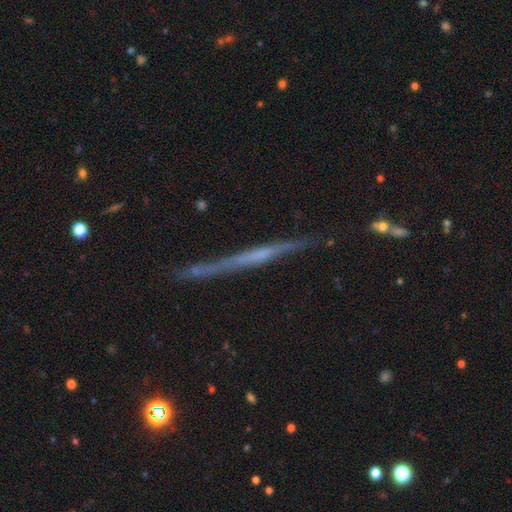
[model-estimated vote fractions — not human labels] Smooth or featured? Predicted: featured or disk (p=0.69). Edge-on disk? Predicted: yes (p=0.97). Edge-on bulge? Predicted: none (p=0.73). Merging? Predicted: none (p=0.83).